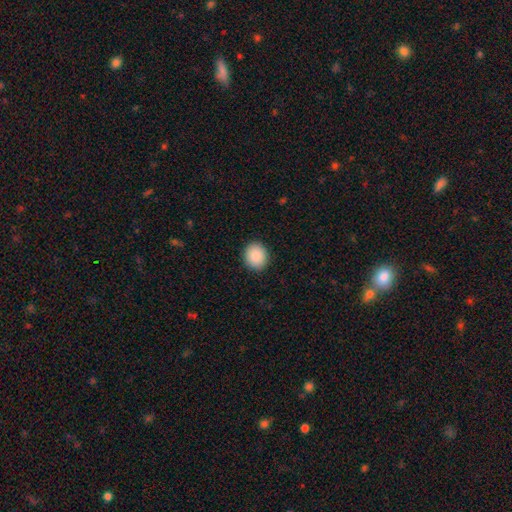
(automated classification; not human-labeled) Smooth or featured?
  - smooth: 89% *
  - star or artifact: 7%
  - featured or disk: 3%
How rounded?
  - round: 70% *
  - in between: 29%
  - cigar-shaped: 1%
Merging?
  - none: 91% *
  - minor disturbance: 6%
  - major disturbance: 2%
  - merger: 1%